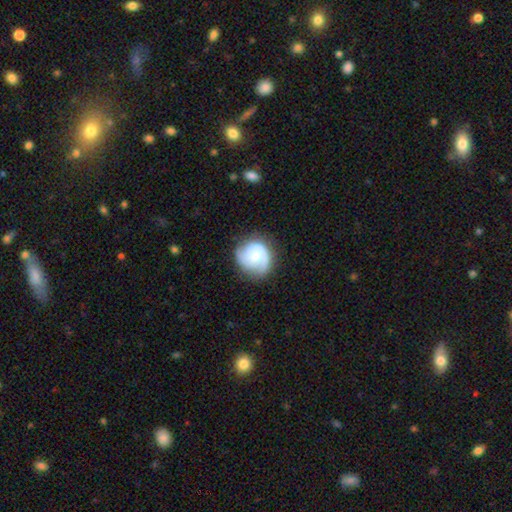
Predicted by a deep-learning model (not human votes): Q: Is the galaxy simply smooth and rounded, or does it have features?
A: featured or disk — 74%.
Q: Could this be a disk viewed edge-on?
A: no — 98%.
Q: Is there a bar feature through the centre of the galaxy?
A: no — 76%.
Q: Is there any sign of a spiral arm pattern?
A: yes — 92%.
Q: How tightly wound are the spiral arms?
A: tight — 53%.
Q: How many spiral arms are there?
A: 2 — 47%.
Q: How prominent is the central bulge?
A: moderate — 61%.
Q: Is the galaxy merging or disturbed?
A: none — 74%.